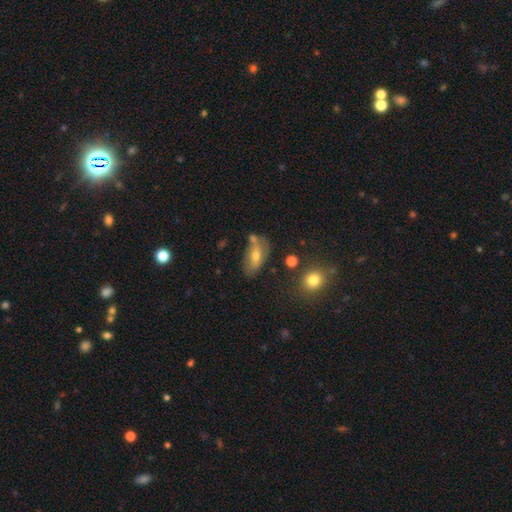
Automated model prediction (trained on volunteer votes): This appears to be a smooth galaxy with no disk features (55%) that is in between round and cigar-shaped (86%). Merging: none (50%).